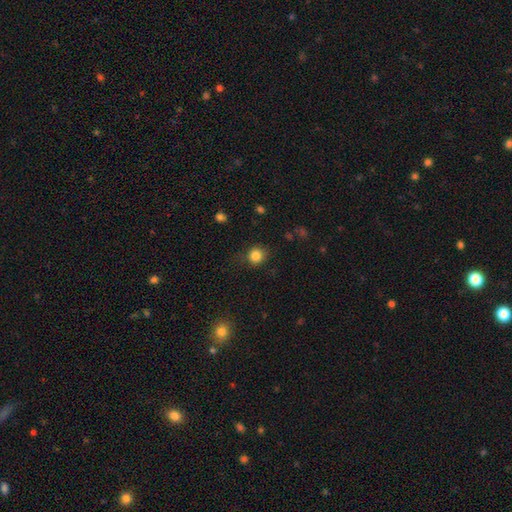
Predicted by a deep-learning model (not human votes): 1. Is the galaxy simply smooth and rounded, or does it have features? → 84% smooth, 11% star or artifact, 4% featured or disk.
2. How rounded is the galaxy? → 88% round, 11% in between, 1% cigar-shaped.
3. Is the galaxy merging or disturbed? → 81% none, 13% minor disturbance, 5% major disturbance, 2% merger.